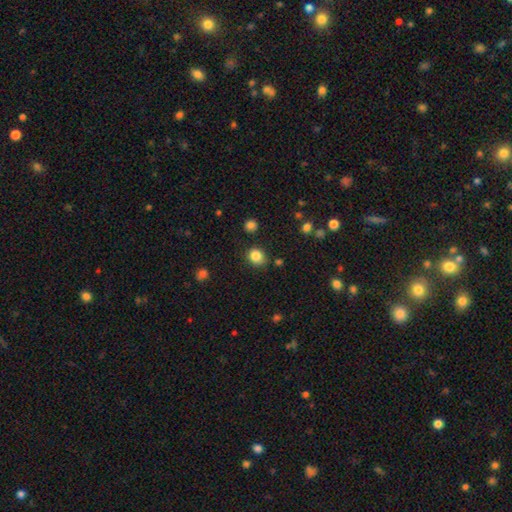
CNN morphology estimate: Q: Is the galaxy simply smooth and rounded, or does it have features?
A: smooth — 84%.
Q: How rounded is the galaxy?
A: round — 68%.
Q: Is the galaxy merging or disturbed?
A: none — 79%.